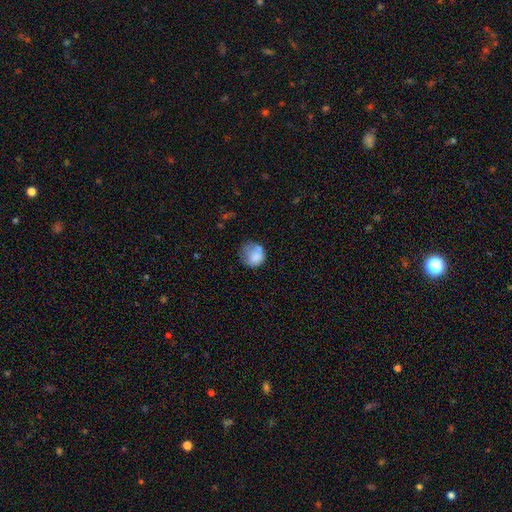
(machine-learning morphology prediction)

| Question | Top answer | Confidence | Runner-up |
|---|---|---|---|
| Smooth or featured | smooth | 76% | featured or disk (15%) |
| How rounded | round | 80% | in between (19%) |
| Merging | none | 49% | minor disturbance (29%) |